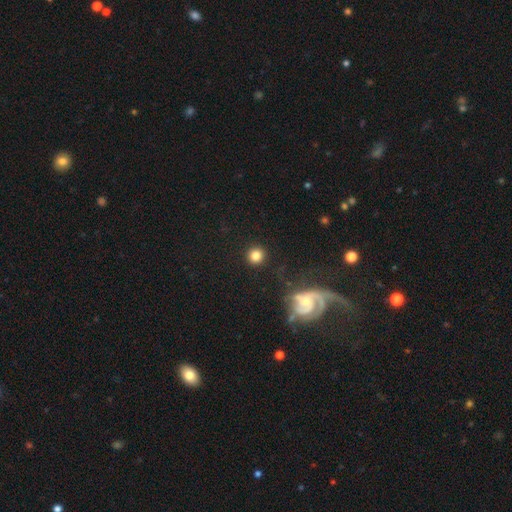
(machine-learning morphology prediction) Overall: smooth (81%). How rounded: round (92%). Merging: none (90%).